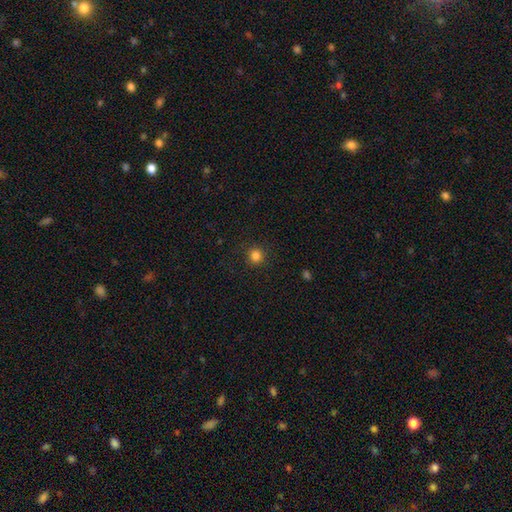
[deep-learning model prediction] The model was most divided on "smooth or featured": smooth: 84%, star or artifact: 13%, featured or disk: 4%. More confident: how rounded — round (93%); merging — none (90%).